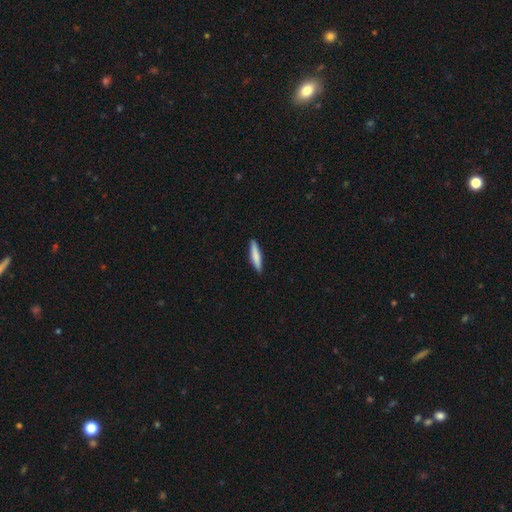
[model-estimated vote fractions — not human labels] A smooth galaxy with no disk features (79%) that is cigar-shaped (87%).

Vote fractions:
- Smooth or featured? smooth: 79% / featured or disk: 16% / star or artifact: 5%
- How rounded? cigar-shaped: 87% / in between: 11% / round: 1%
- Merging? none: 90% / minor disturbance: 7% / major disturbance: 1% / merger: 1%